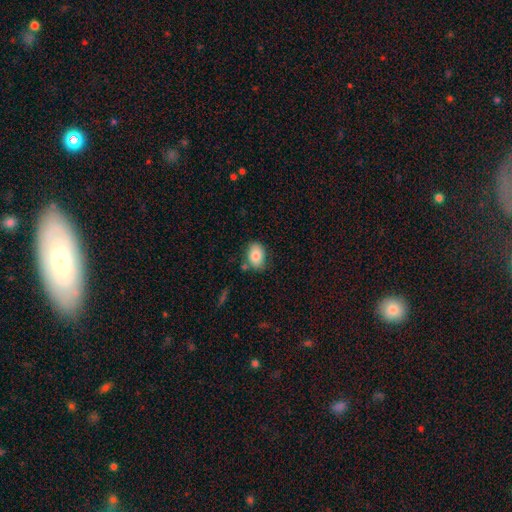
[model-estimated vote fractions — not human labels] This appears to be a smooth galaxy with no disk features (82%) that is in between round and cigar-shaped (81%). Merging: none (73%).